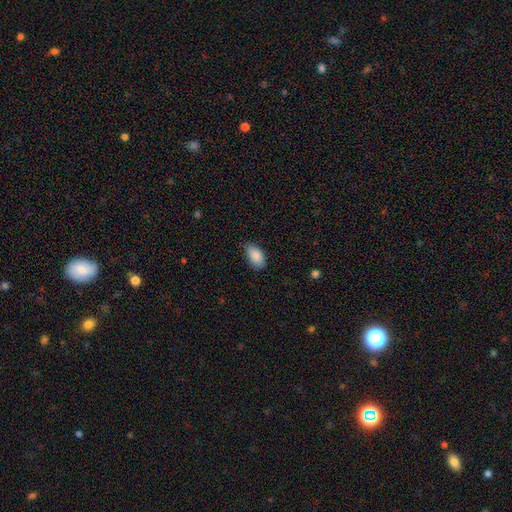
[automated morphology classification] smooth-or-featured: smooth: 89% | star or artifact: 7% | featured or disk: 4%
  how-rounded: in between: 93% | round: 5% | cigar-shaped: 2%
  merging: none: 74% | minor disturbance: 22% | major disturbance: 3% | merger: 1%